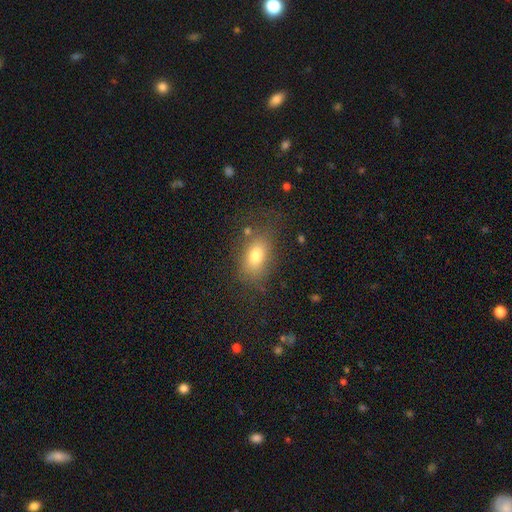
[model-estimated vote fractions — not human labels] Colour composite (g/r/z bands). It shows a smooth galaxy with no disk features (75%) that is in between round and cigar-shaped (85%). Merging: none (70%).